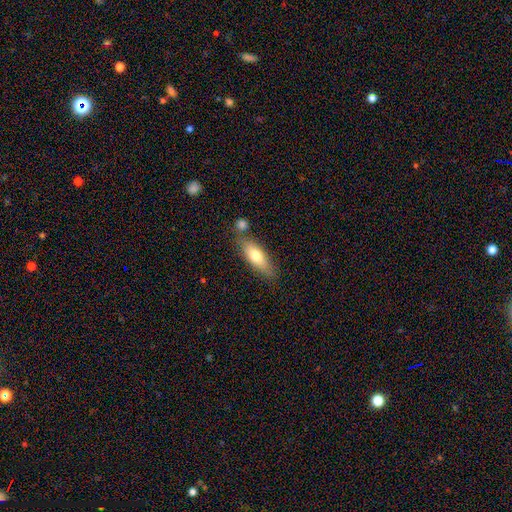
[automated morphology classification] Smooth or featured? Predicted: smooth (p=0.69). How rounded? Predicted: in between (p=0.60). Merging? Predicted: none (p=0.67).